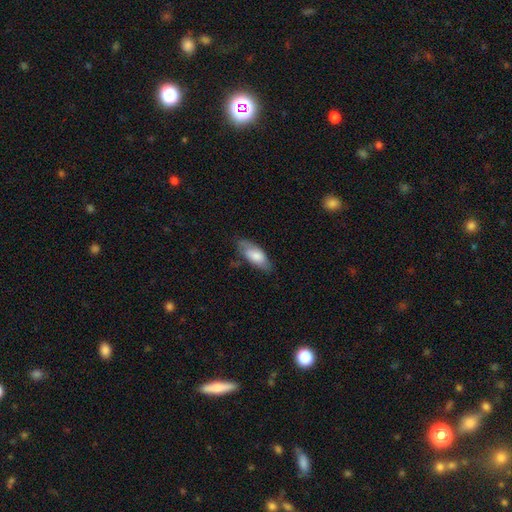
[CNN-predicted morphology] This appears to be a smooth galaxy with no disk features (74%) that is in between round and cigar-shaped (81%). Merging: none (66%).